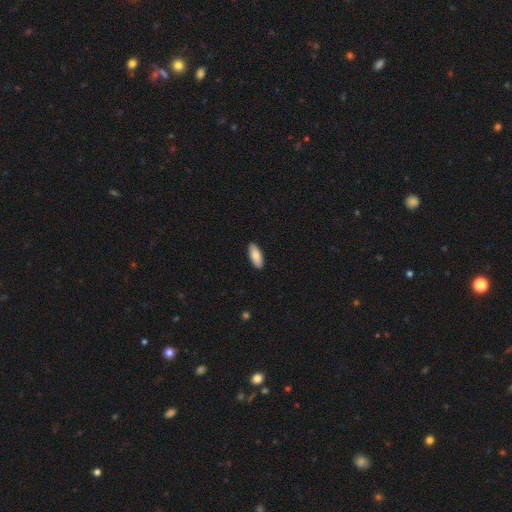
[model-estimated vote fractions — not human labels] smooth_or_featured: smooth (p=0.84) [alt: featured or disk p=0.11]
how_rounded: in between (p=0.82) [alt: cigar-shaped p=0.17]
merging: none (p=0.89) [alt: minor disturbance p=0.08]